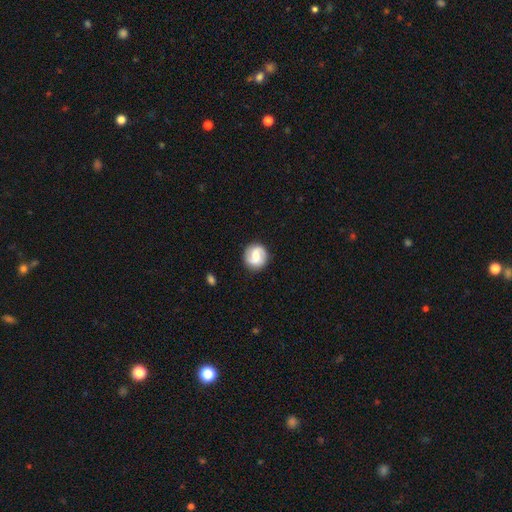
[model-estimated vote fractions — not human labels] Q: Smooth or featured?
A: featured or disk (60%); runner-up: smooth (34%)
Q: Edge-on disk?
A: no (98%); runner-up: yes (2%)
Q: Bar?
A: weak (48%); runner-up: no (30%)
Q: Spiral arms?
A: yes (86%); runner-up: no (14%)
Q: Spiral winding?
A: medium (42%); runner-up: tight (30%)
Q: Spiral arm count?
A: 2 (87%); runner-up: can't tell (6%)
Q: Bulge size?
A: moderate (61%); runner-up: small (25%)
Q: Merging?
A: none (87%); runner-up: minor disturbance (9%)